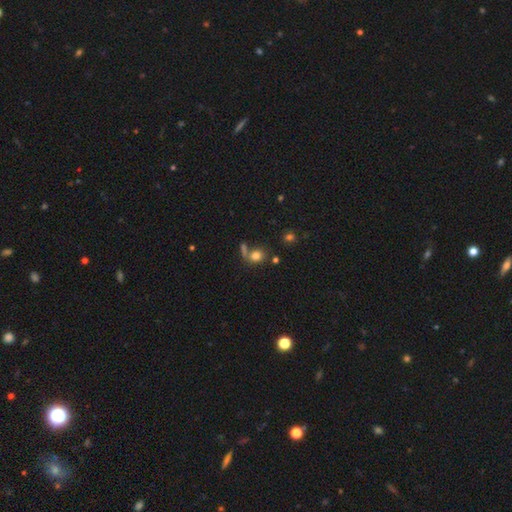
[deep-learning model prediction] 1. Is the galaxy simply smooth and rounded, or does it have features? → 79% smooth, 13% star or artifact, 8% featured or disk.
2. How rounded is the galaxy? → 58% round, 40% in between, 2% cigar-shaped.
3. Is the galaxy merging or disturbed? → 59% none, 23% merger, 12% minor disturbance, 6% major disturbance.